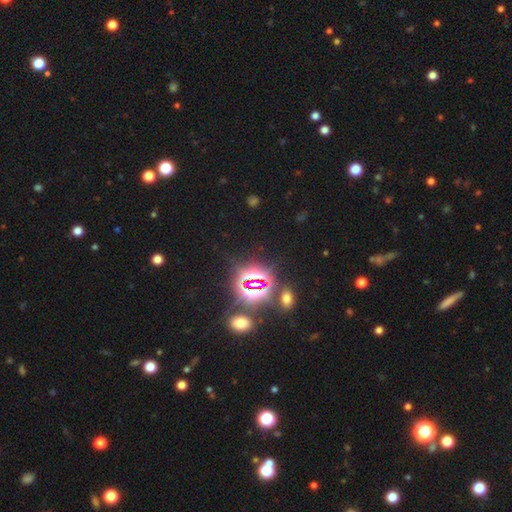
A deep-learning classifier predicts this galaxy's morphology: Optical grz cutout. It shows a star or artifact, not a galaxy (80%).